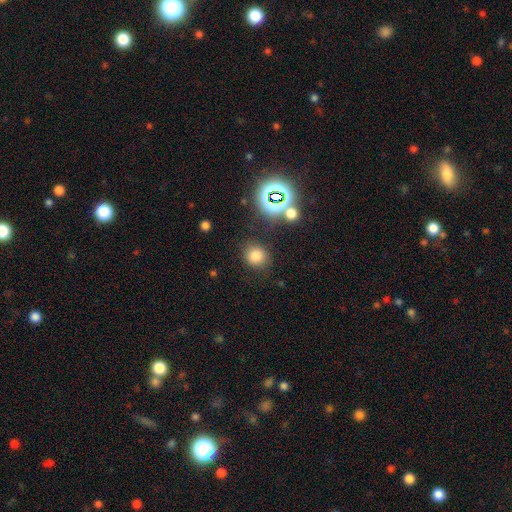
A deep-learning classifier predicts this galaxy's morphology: type=smooth (74%); roundness=round (83%); merging=none (83%).